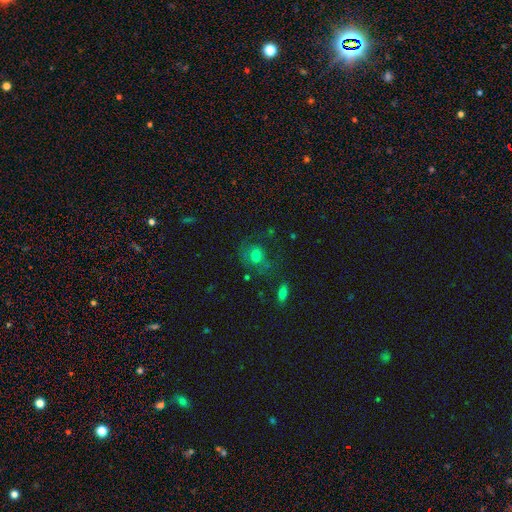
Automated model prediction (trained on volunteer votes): Morphology: type=smooth (59%); roundness=in between (56%); merging=none (49%).